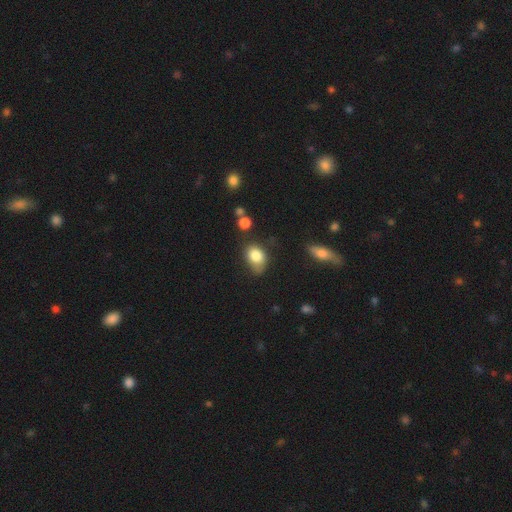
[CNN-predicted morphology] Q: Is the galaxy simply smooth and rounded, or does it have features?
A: smooth — 82%.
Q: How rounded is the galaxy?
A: in between — 70%.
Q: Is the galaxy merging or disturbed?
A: none — 48%.